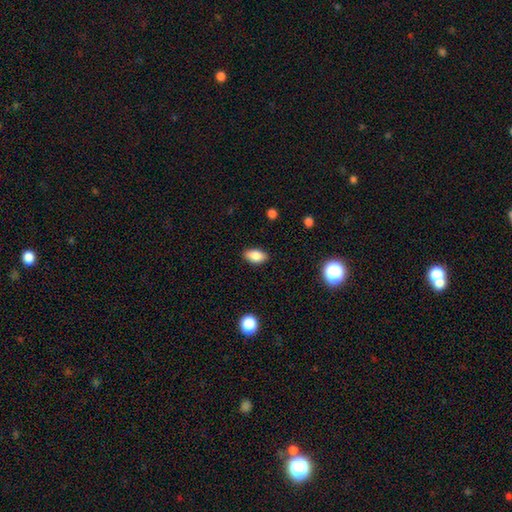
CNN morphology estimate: Smooth or featured? smooth (84%)
How rounded? in between (90%)
Merging? none (87%)